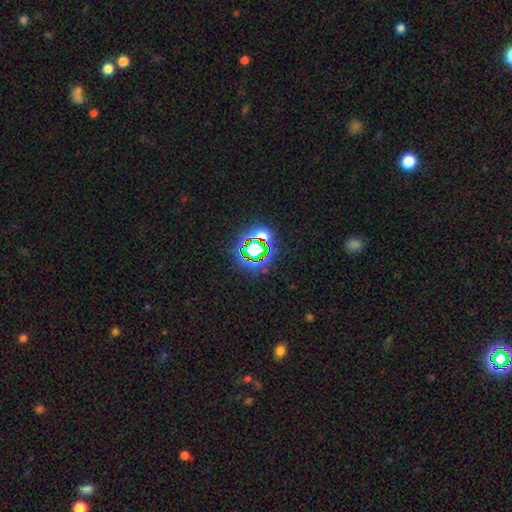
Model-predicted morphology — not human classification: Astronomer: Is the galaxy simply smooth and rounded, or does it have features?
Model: star or artifact — 72%.